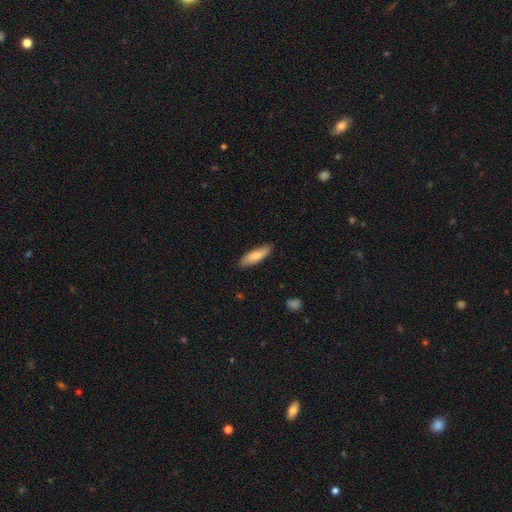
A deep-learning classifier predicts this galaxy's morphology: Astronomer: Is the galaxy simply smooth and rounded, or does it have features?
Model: smooth — 80%.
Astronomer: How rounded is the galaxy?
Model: cigar-shaped — 52% (runner-up: in between, 46%).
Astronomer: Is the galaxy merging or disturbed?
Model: none — 84%.